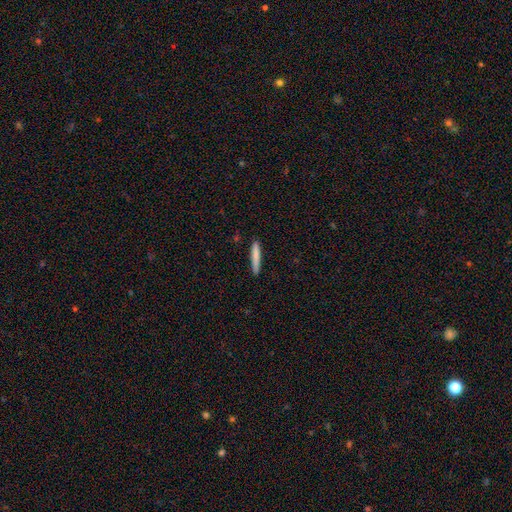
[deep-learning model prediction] Smooth or featured: smooth — 81% (featured or disk — 13%)
How rounded: cigar-shaped — 94% (in between — 5%)
Merging: none — 89% (minor disturbance — 8%)